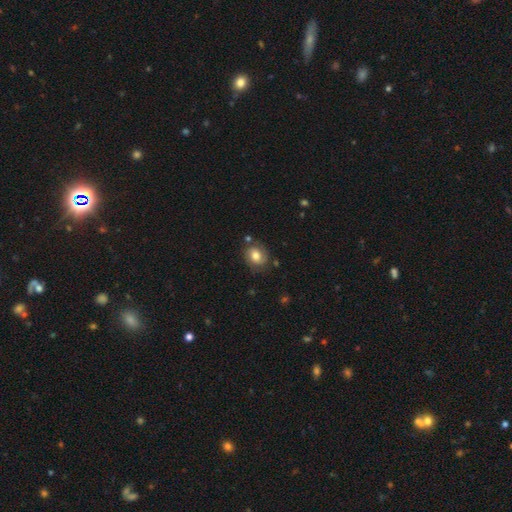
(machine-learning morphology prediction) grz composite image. It shows a smooth galaxy with no disk features (66%) that is round (60%). Merging: none (75%).